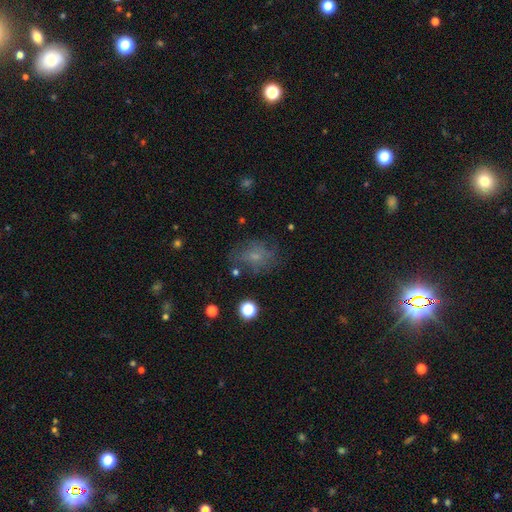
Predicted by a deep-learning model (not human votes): The model was most divided on "how rounded": in between: 60%, round: 38%, cigar-shaped: 2%. More confident: merging — none (62%); smooth or featured — smooth (54%).